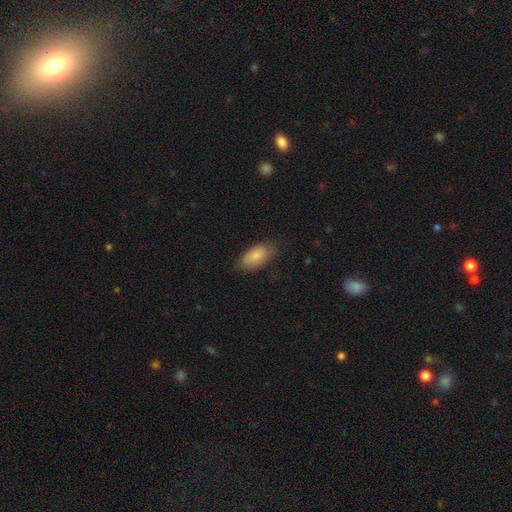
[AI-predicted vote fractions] Smooth or featured?
  - smooth: 85% *
  - featured or disk: 9%
  - star or artifact: 6%
How rounded?
  - in between: 92% *
  - cigar-shaped: 5%
  - round: 3%
Merging?
  - none: 78% *
  - minor disturbance: 18%
  - major disturbance: 4%
  - merger: 1%